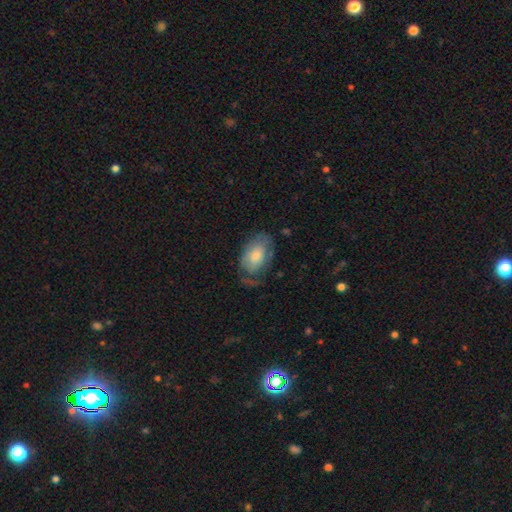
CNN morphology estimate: Smooth or featured: smooth — 63% (featured or disk — 31%)
How rounded: in between — 90% (round — 8%)
Merging: none — 47% (minor disturbance — 29%)